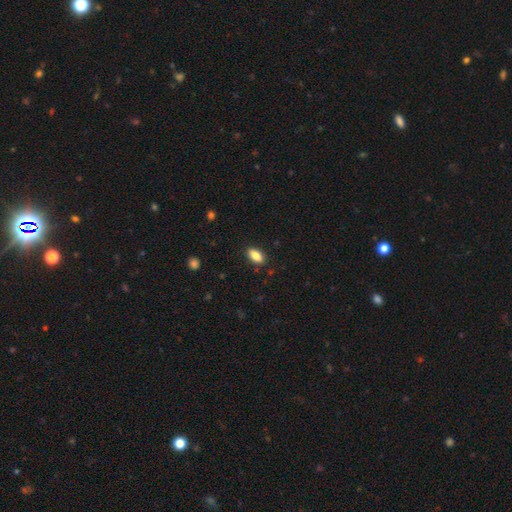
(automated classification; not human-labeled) Smooth or featured? Predicted: smooth (p=0.84). How rounded? Predicted: in between (p=0.88). Merging? Predicted: none (p=0.88).